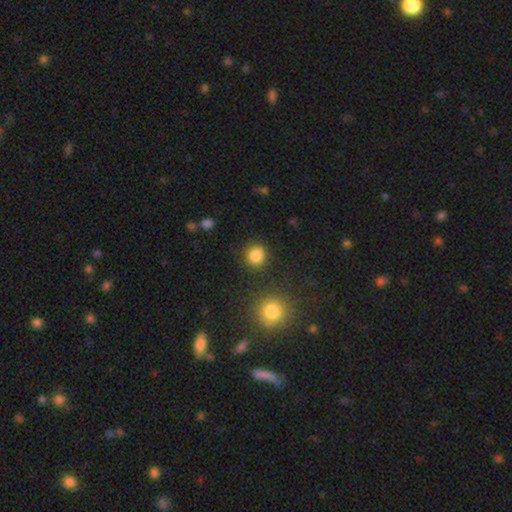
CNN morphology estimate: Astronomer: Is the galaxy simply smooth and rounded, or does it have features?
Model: smooth — 84%.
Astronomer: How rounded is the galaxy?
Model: round — 88%.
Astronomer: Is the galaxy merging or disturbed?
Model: none — 85%.